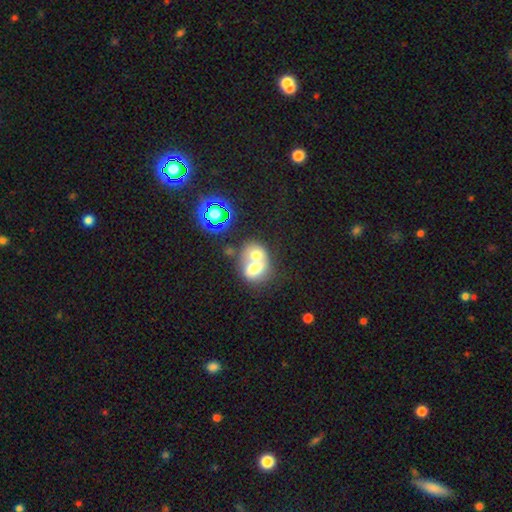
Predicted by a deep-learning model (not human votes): smooth-or-featured: smooth: 63% | featured or disk: 26% | star or artifact: 11%
  how-rounded: round: 55% | in between: 44% | cigar-shaped: 1%
  merging: merger: 74% | none: 17% | minor disturbance: 5% | major disturbance: 4%